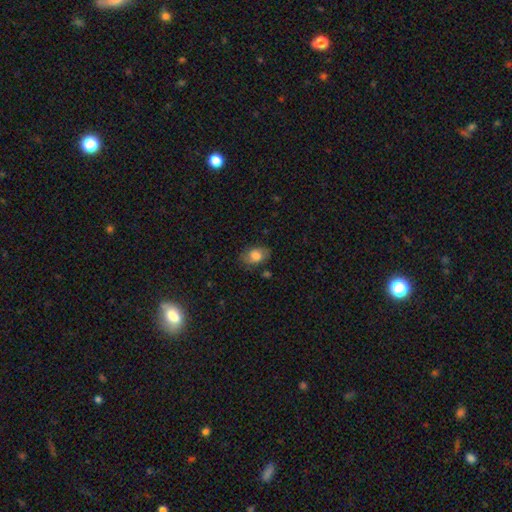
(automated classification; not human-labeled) A smooth galaxy with no disk features (75%) that is in between round and cigar-shaped (81%). Merging: none (76%).